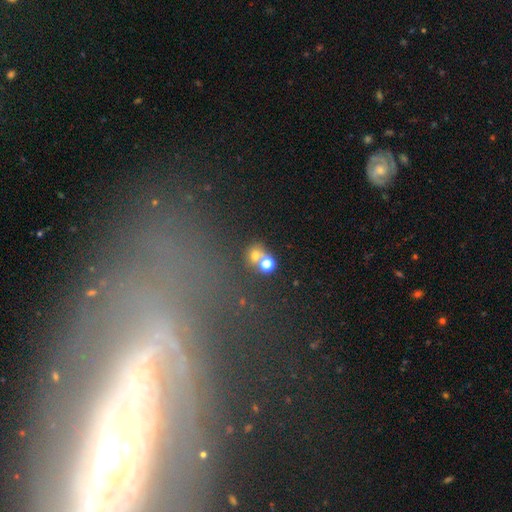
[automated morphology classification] Overall: smooth (61%; star or artifact 27%). How rounded: round (67%; in between 31%). Merging: none (61%; merger 21%).